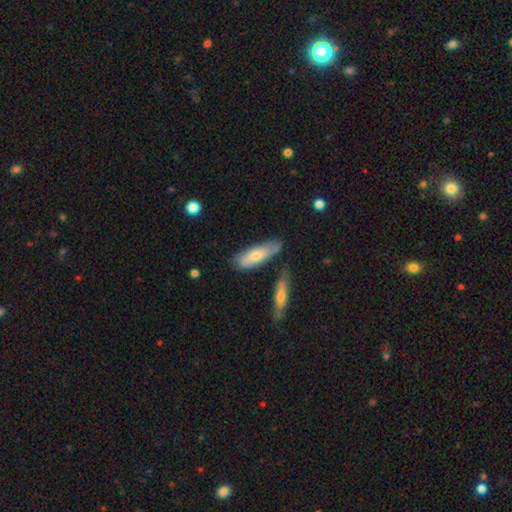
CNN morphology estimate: smooth 59%, featured or disk 35%, star or artifact 6%. Down the decision tree: how rounded — in between (55%); merging — none (67%).